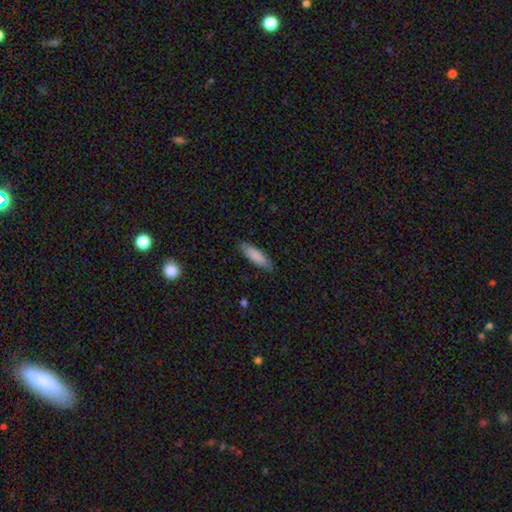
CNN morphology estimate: smooth 85%, featured or disk 9%, star or artifact 6%. Down the decision tree: how rounded — cigar-shaped (52%); merging — none (83%).